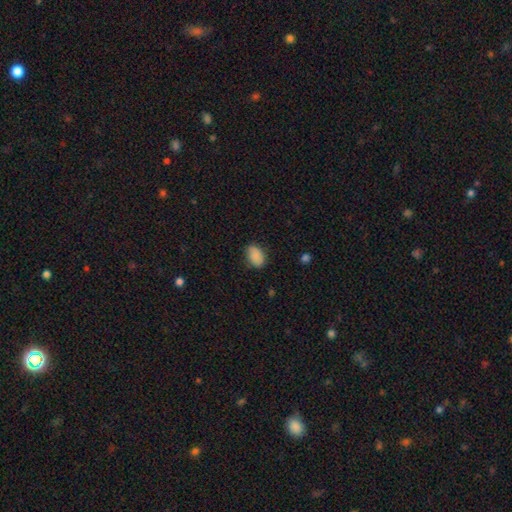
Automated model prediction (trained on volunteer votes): A smooth galaxy with no disk features (88%) that is in between round and cigar-shaped (85%).

Vote fractions:
- Smooth or featured? smooth: 88% / star or artifact: 7% / featured or disk: 5%
- How rounded? in between: 85% / round: 13% / cigar-shaped: 1%
- Merging? none: 80% / minor disturbance: 16% / major disturbance: 3% / merger: 1%